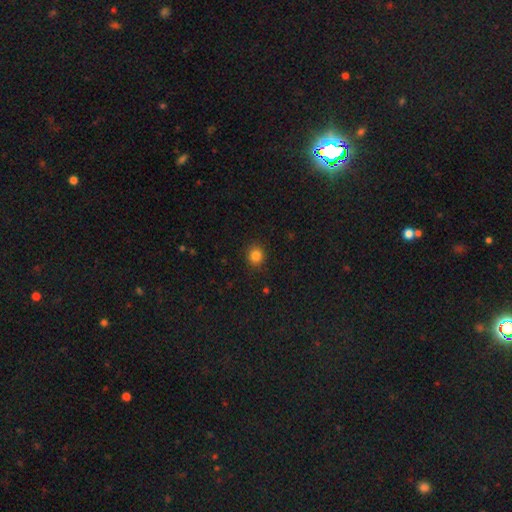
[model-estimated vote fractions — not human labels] smooth_or_featured: smooth (p=0.84) [alt: star or artifact p=0.12]
how_rounded: round (p=0.85) [alt: in between p=0.14]
merging: none (p=0.89) [alt: minor disturbance p=0.07]